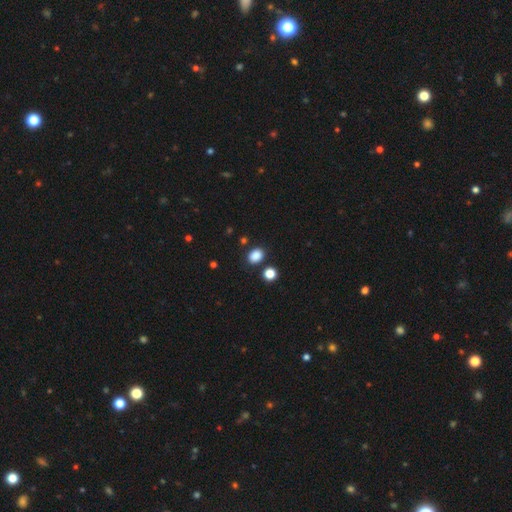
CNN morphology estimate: Smooth or featured?
  - smooth: 86% *
  - star or artifact: 11%
  - featured or disk: 3%
How rounded?
  - in between: 61% *
  - round: 38%
  - cigar-shaped: 1%
Merging?
  - none: 82% *
  - minor disturbance: 10%
  - merger: 5%
  - major disturbance: 3%